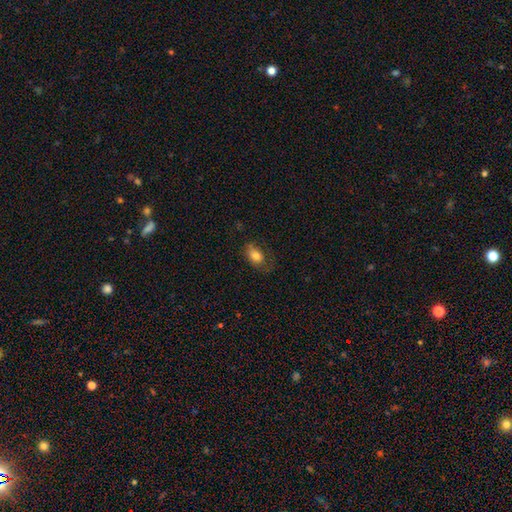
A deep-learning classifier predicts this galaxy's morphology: smooth 79%, featured or disk 12%, star or artifact 8%. Down the decision tree: how rounded — in between (84%); merging — none (54%).